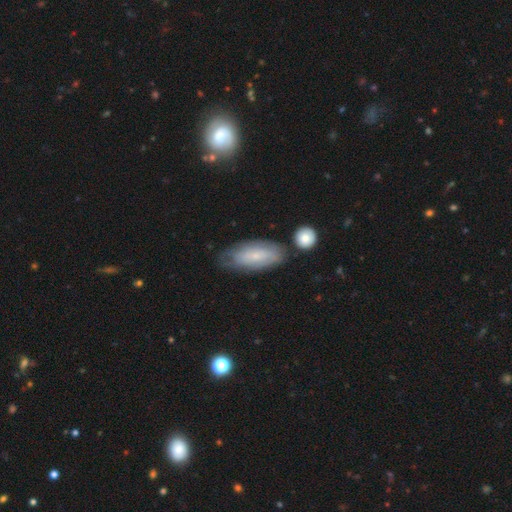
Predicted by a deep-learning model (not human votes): smooth 52%, featured or disk 41%, star or artifact 7%. Down the decision tree: how rounded — in between (84%); merging — none (64%).